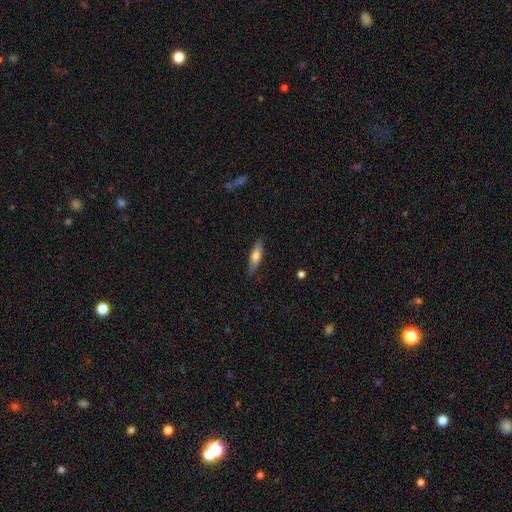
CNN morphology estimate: This is likely a smooth galaxy (64%). How rounded: likely cigar-shaped (61%). Merging: clearly none (84%).